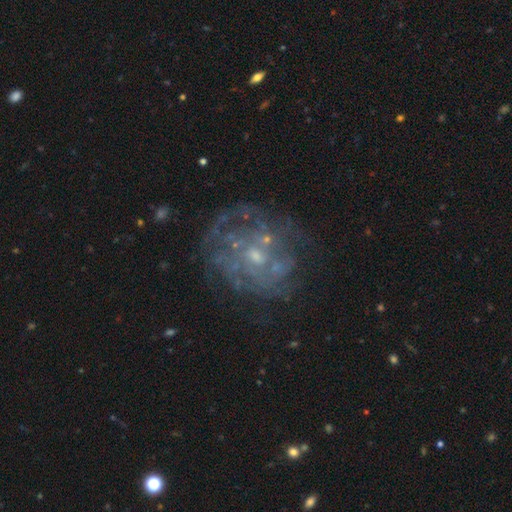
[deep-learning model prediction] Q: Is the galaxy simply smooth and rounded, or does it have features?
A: featured or disk — 72%.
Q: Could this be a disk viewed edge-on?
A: no — 98%.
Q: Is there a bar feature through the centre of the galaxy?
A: no — 81%.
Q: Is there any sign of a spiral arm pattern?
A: no — 56%.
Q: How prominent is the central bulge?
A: small — 59%.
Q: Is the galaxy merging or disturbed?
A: none — 60%.